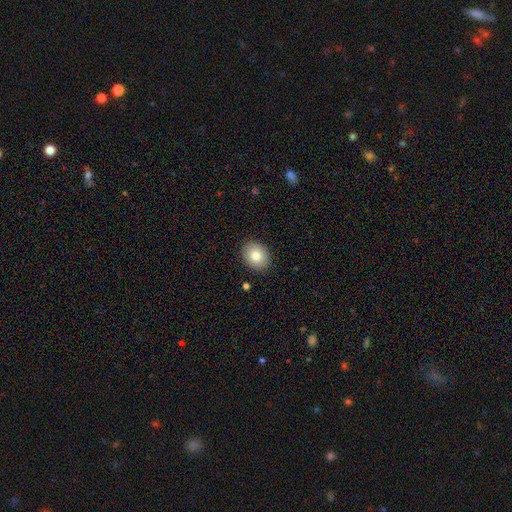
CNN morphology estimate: A smooth galaxy with no disk features (82%) that is round (55%).

Vote fractions:
- Smooth or featured? smooth: 82% / featured or disk: 10% / star or artifact: 9%
- How rounded? round: 55% / in between: 44% / cigar-shaped: 1%
- Merging? none: 89% / minor disturbance: 8% / major disturbance: 2% / merger: 1%